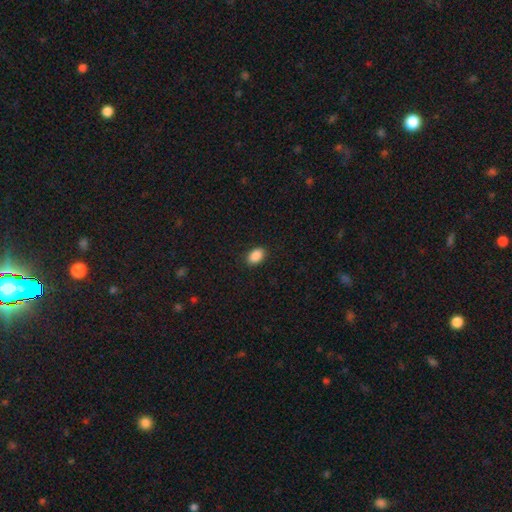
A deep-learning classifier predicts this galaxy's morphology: The model was most divided on "how rounded": in between: 88%, round: 10%, cigar-shaped: 1%. More confident: smooth or featured — smooth (89%); merging — none (89%).